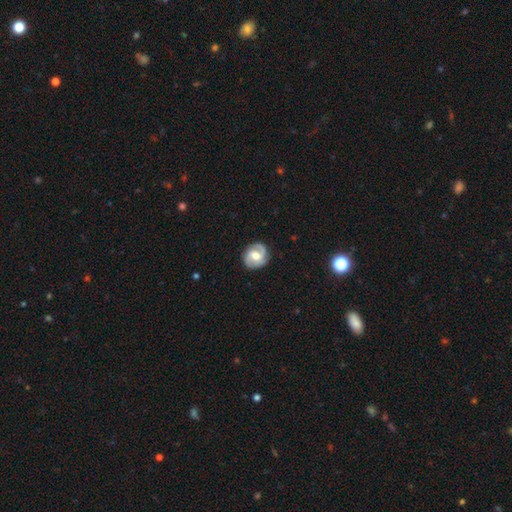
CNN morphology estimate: This appears to be a featured or disk galaxy (74%) with a weak bar (45%), 2 (81%) medium (44%) spiral arms (92%) and a moderate central bulge (70%). Merging: none (84%).